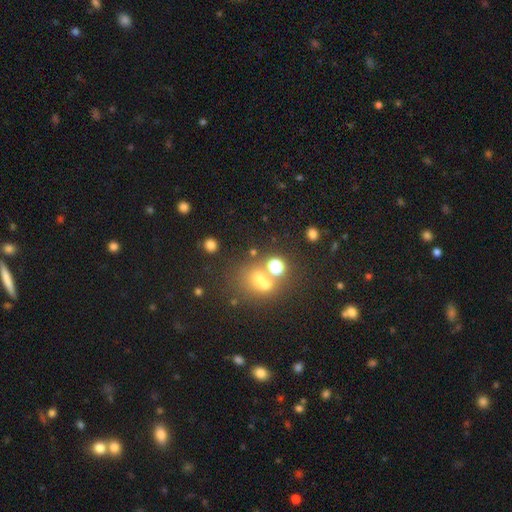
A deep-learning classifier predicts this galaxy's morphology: Q: Smooth or featured?
A: star or artifact (57%); runner-up: smooth (34%)